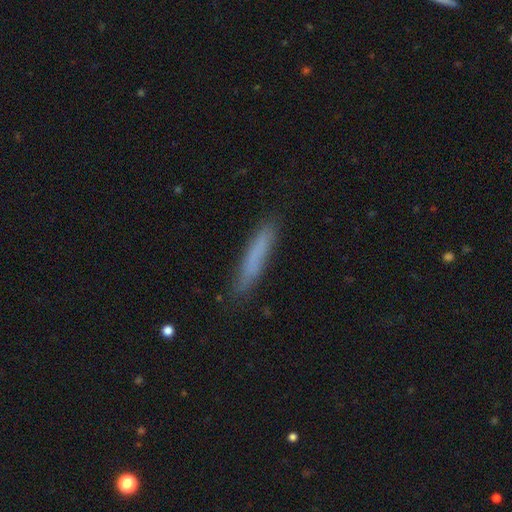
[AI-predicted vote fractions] Q: Smooth or featured?
A: smooth (74%); runner-up: featured or disk (19%)
Q: How rounded?
A: cigar-shaped (92%); runner-up: in between (7%)
Q: Merging?
A: none (84%); runner-up: minor disturbance (12%)